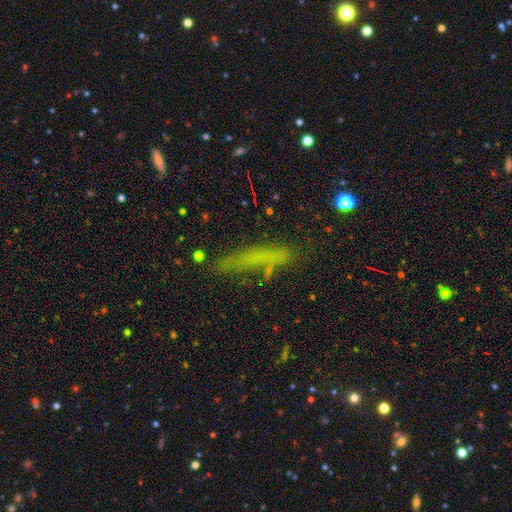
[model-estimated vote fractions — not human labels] The model was most divided on "smooth or featured": smooth: 57%, featured or disk: 26%, star or artifact: 17%. More confident: how rounded — cigar-shaped (83%); merging — none (63%).